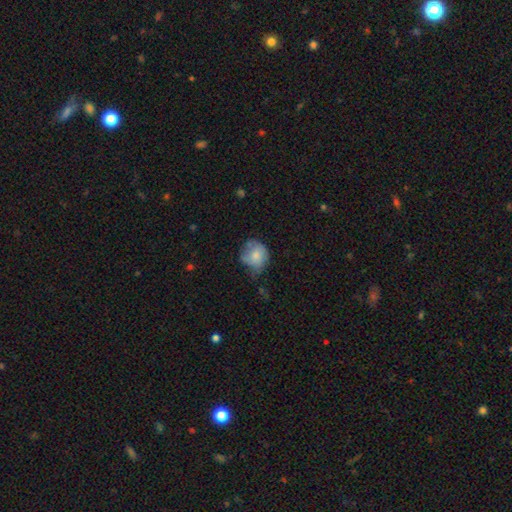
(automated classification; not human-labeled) Smooth or featured? smooth (71%)
How rounded? round (71%)
Merging? minor disturbance (40%, tied with none)